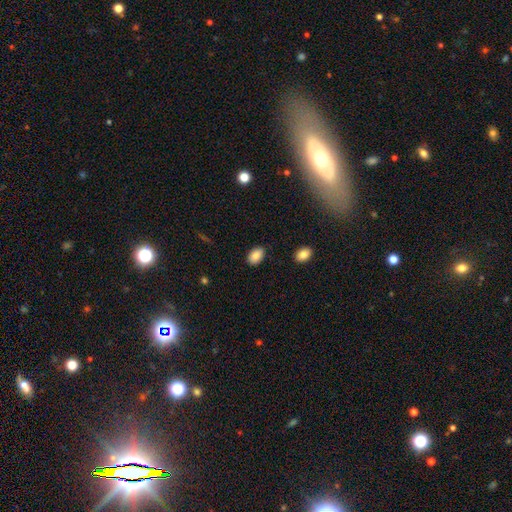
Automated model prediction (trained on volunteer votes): Overall: smooth (86%). How rounded: in between (89%). Merging: none (85%).